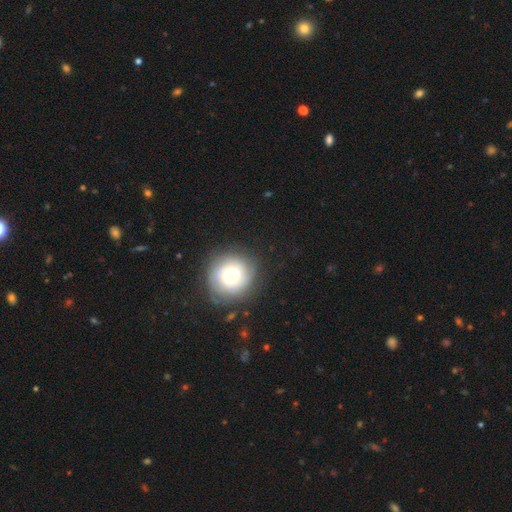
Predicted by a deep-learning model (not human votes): A smooth galaxy with no disk features (63%) that is round (93%).

Vote fractions:
- Smooth or featured? smooth: 63% / star or artifact: 25% / featured or disk: 12%
- How rounded? round: 93% / in between: 6% / cigar-shaped: 1%
- Merging? none: 90% / minor disturbance: 6% / major disturbance: 3% / merger: 1%